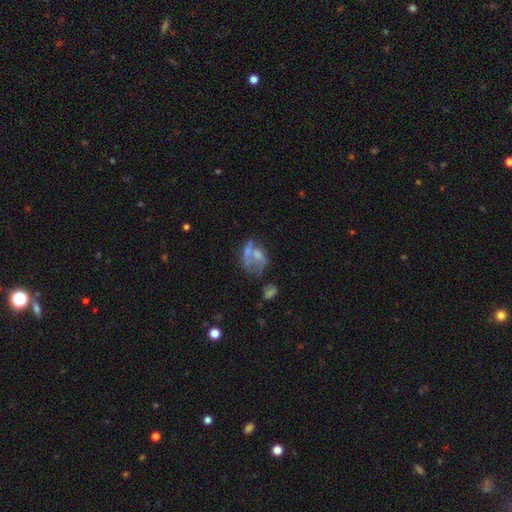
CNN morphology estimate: Smooth or featured? smooth (46%)
Merging? merger (32%)